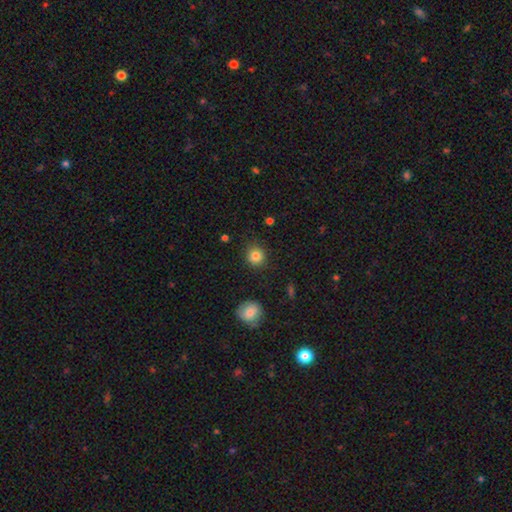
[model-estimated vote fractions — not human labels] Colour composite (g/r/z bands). It shows a smooth galaxy with no disk features (84%) that is round (91%). Merging: none (87%).